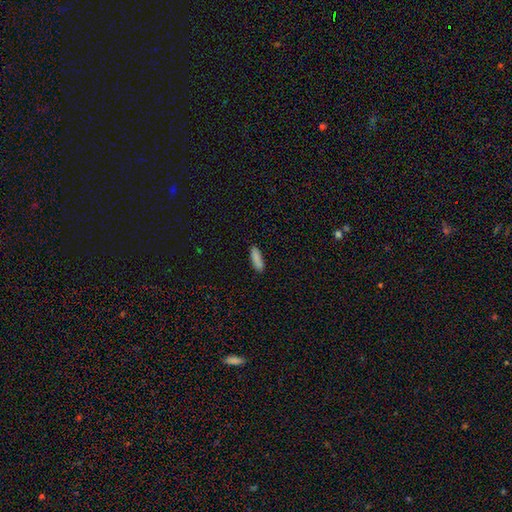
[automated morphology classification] Smooth or featured: smooth — 86% (star or artifact — 8%)
How rounded: cigar-shaped — 61% (in between — 37%)
Merging: none — 85% (minor disturbance — 11%)